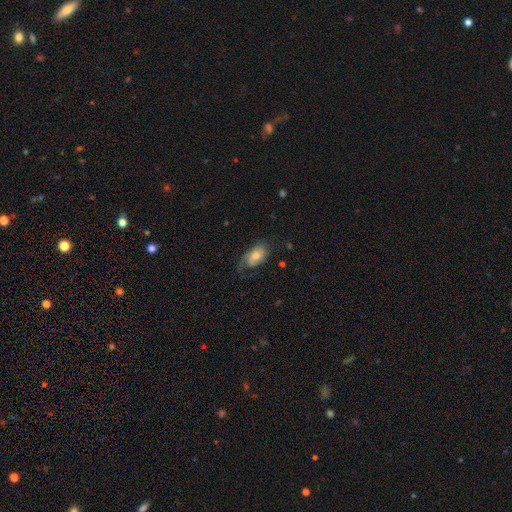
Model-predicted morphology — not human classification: type=smooth (46%, tied with featured or disk); merging=none (48%).